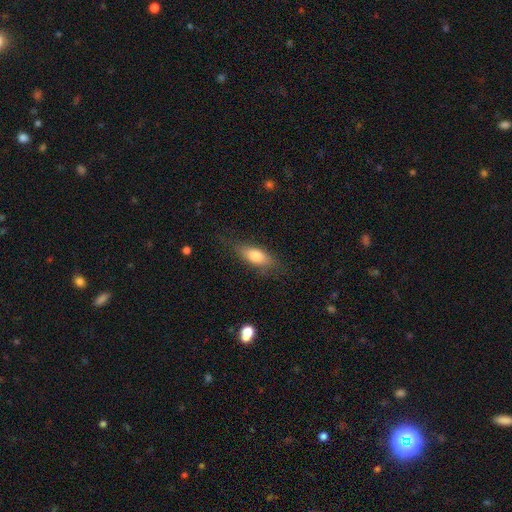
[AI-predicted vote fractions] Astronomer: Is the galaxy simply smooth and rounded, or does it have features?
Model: smooth — 74%.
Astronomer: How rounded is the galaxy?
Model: in between — 72%.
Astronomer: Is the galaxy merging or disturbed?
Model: none — 72%.